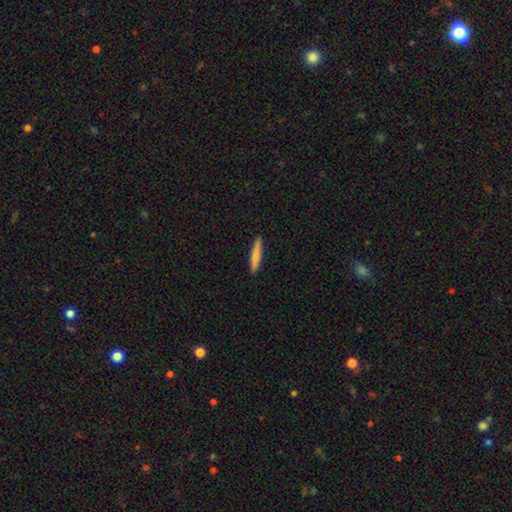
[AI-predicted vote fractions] The model was most divided on "smooth or featured": smooth: 74%, featured or disk: 20%, star or artifact: 6%. More confident: how rounded — cigar-shaped (93%); merging — none (89%).